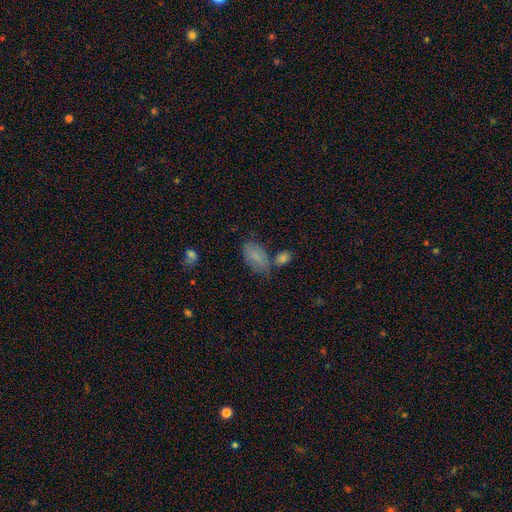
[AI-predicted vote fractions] smooth-or-featured: smooth: 79% | featured or disk: 12% | star or artifact: 9%
  how-rounded: in between: 93% | round: 5% | cigar-shaped: 2%
  merging: none: 56% | minor disturbance: 21% | merger: 16% | major disturbance: 7%